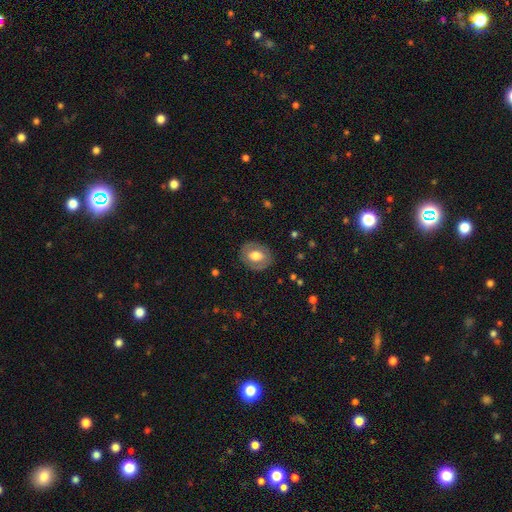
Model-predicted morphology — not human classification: This appears to be a smooth galaxy with no disk features (59%) that is in between round and cigar-shaped (55%). Merging: none (84%).